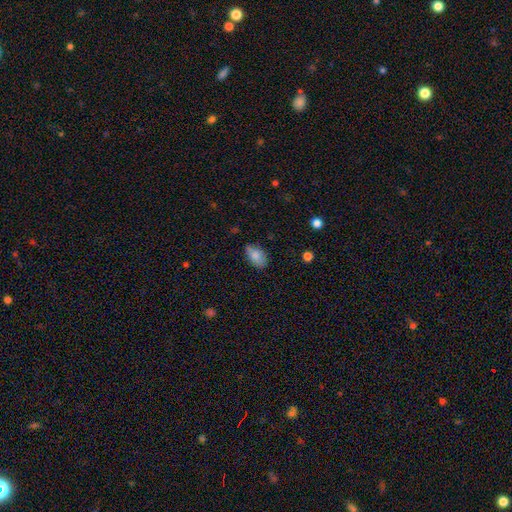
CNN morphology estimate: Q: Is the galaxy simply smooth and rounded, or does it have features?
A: smooth — 84%.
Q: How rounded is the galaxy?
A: in between — 92%.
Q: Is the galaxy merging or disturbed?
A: none — 74%.